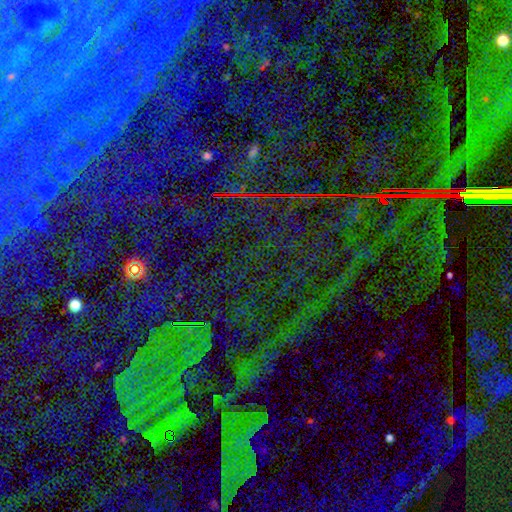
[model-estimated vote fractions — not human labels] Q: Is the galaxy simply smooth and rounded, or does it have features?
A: star or artifact — 82%.